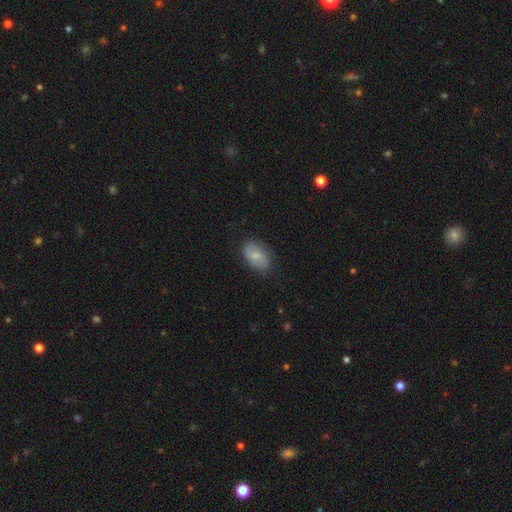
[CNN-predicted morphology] A smooth galaxy with no disk features (57%) that is in between round and cigar-shaped (87%). Merging: none (73%).